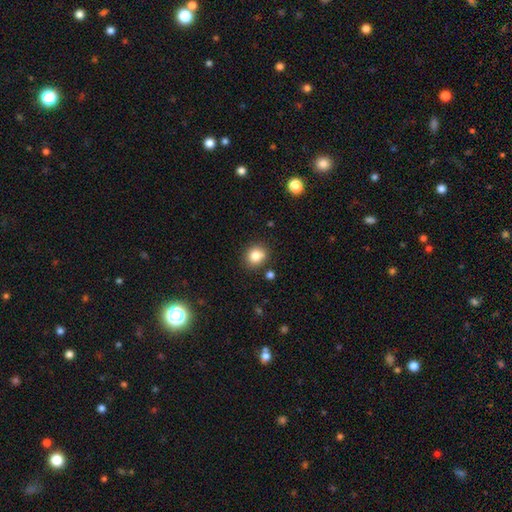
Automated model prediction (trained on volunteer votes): smooth-or-featured: smooth: 84% | star or artifact: 10% | featured or disk: 6%
  how-rounded: round: 75% | in between: 24% | cigar-shaped: 1%
  merging: none: 81% | minor disturbance: 12% | merger: 5% | major disturbance: 3%